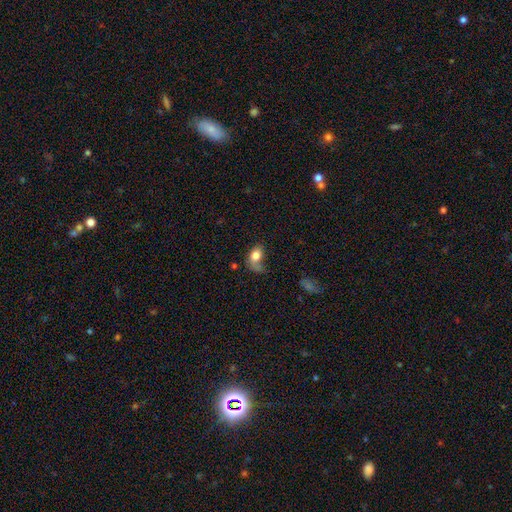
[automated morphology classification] smooth 77%, featured or disk 14%, star or artifact 8%. Down the decision tree: how rounded — in between (78%); merging — none (33%).